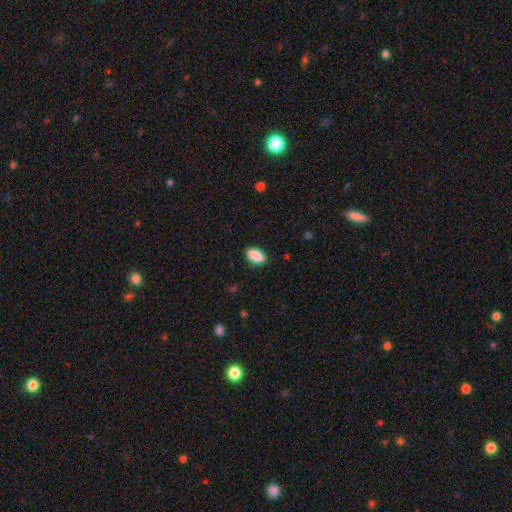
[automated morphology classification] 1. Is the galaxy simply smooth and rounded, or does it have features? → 89% smooth, 7% star or artifact, 3% featured or disk.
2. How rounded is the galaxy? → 93% in between, 4% round, 3% cigar-shaped.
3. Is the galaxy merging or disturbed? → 87% none, 10% minor disturbance, 2% major disturbance, 1% merger.